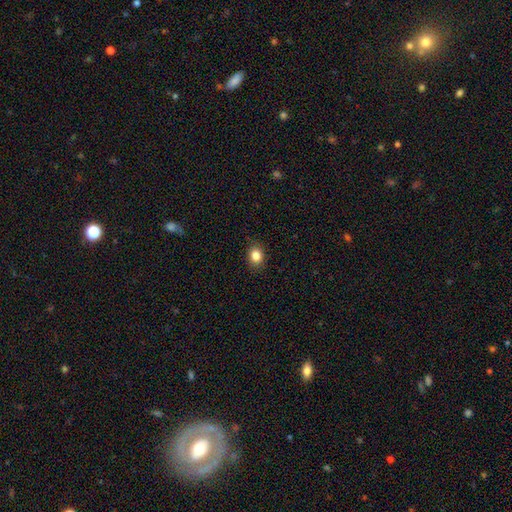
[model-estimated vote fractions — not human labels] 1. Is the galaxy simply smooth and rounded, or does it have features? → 85% smooth, 10% star or artifact, 5% featured or disk.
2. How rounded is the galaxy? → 51% in between, 48% round, 1% cigar-shaped.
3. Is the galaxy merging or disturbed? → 89% none, 8% minor disturbance, 2% major disturbance, 1% merger.